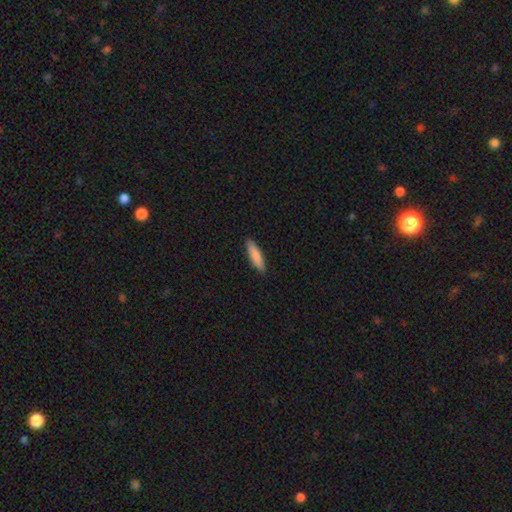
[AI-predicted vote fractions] Smooth or featured? Predicted: smooth (p=0.86). How rounded? Predicted: cigar-shaped (p=0.73). Merging? Predicted: none (p=0.90).